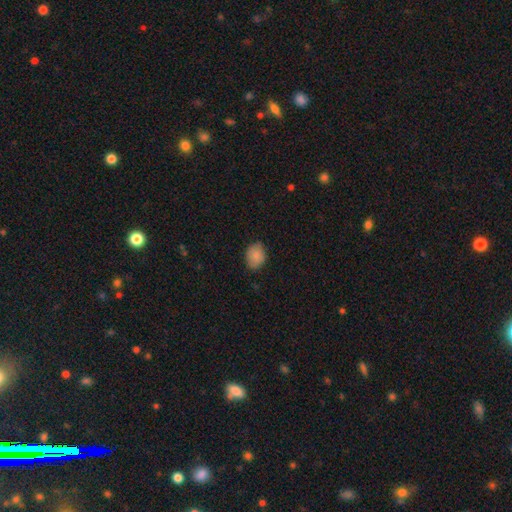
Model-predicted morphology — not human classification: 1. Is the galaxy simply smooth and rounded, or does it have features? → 86% smooth, 7% star or artifact, 6% featured or disk.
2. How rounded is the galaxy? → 65% in between, 34% round, 1% cigar-shaped.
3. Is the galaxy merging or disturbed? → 81% none, 16% minor disturbance, 3% major disturbance, 1% merger.